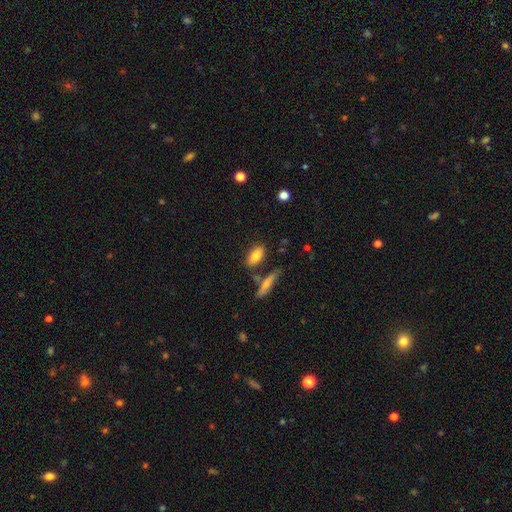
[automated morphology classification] type=smooth (79%); roundness=in between (86%); merging=none (74%).